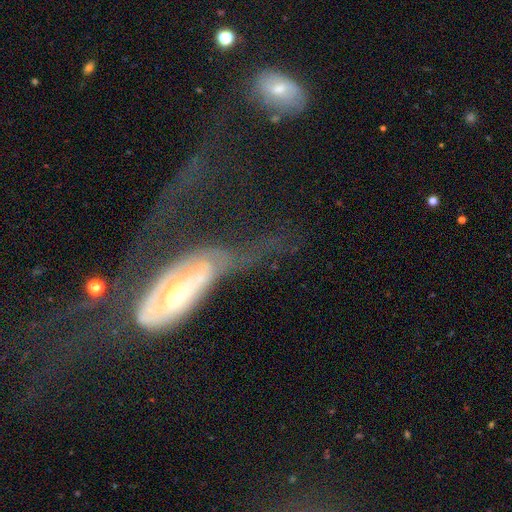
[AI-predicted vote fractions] A featured or disk galaxy (66%) with no bar (66%), no spiral arms (53%) and a moderate central bulge (54%).

Vote fractions:
- Smooth or featured? featured or disk: 66% / smooth: 26% / star or artifact: 8%
- Edge-on disk? no: 80% / yes: 20%
- Bar? no: 66% / weak: 22% / strong: 12%
- Spiral arms? no: 53% / yes: 47%
- Bulge size? moderate: 54% / small: 37% / large: 5% / none: 2% / dominant: 1%
- Merging? major disturbance: 60% / none: 17% / minor disturbance: 12% / merger: 11%